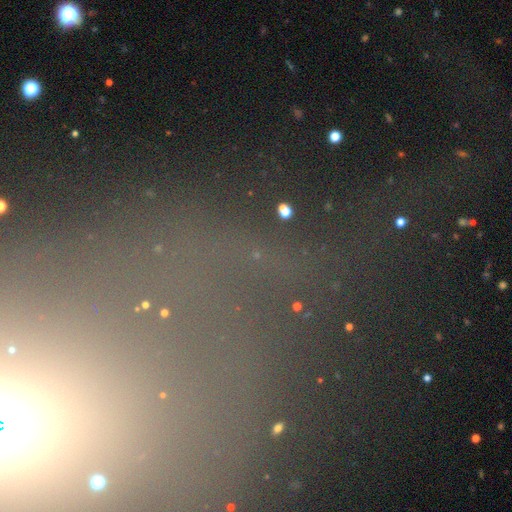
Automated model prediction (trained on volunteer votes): Morphology: type=star or artifact (72%).